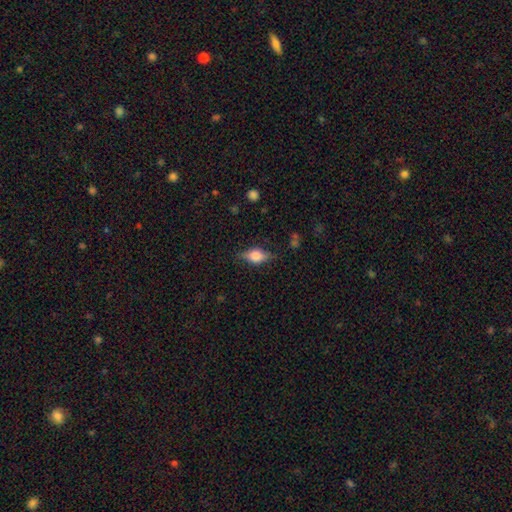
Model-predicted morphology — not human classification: A smooth galaxy with no disk features (55%) that is in between round and cigar-shaped (77%). Merging: none (78%).